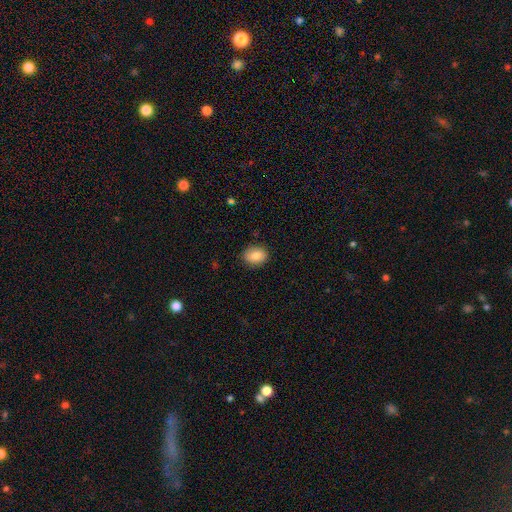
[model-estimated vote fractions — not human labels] Smooth or featured? Predicted: smooth (p=0.84). How rounded? Predicted: in between (p=0.53). Merging? Predicted: none (p=0.86).